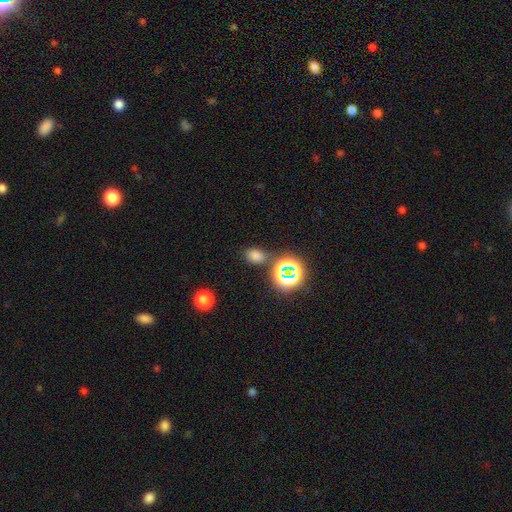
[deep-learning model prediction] Q: Smooth or featured?
A: smooth (69%); runner-up: star or artifact (25%)
Q: How rounded?
A: in between (70%); runner-up: round (29%)
Q: Merging?
A: none (77%); runner-up: minor disturbance (12%)